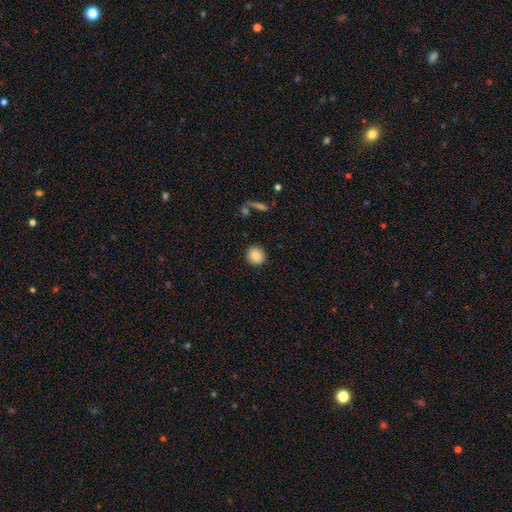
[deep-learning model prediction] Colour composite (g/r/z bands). It shows a smooth galaxy with no disk features (88%) that is round (80%). Merging: none (89%).